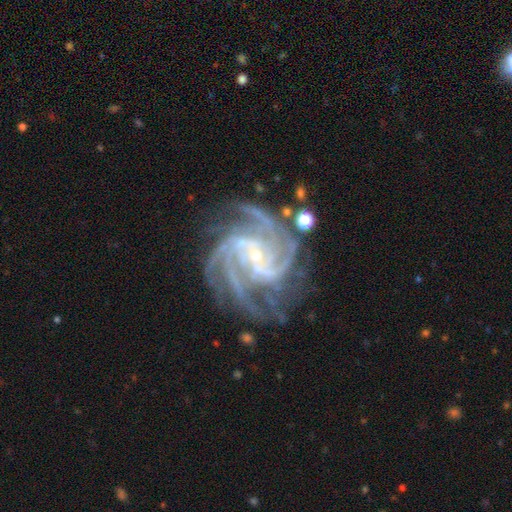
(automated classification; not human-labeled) Smooth or featured? Predicted: featured or disk (p=0.92). Edge-on disk? Predicted: no (p=0.98). Bar? Predicted: no (p=0.46). Spiral arms? Predicted: yes (p=0.99). Spiral winding? Predicted: tight (p=0.55). Spiral arm count? Predicted: 4 (p=0.45). Bulge size? Predicted: small (p=0.82). Merging? Predicted: none (p=0.72).